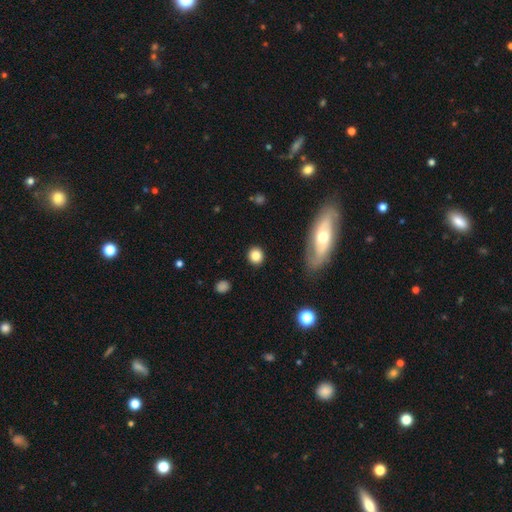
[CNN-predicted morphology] smooth_or_featured: smooth (p=0.83) [alt: star or artifact p=0.09]
how_rounded: round (p=0.82) [alt: in between p=0.16]
merging: none (p=0.89) [alt: minor disturbance p=0.07]